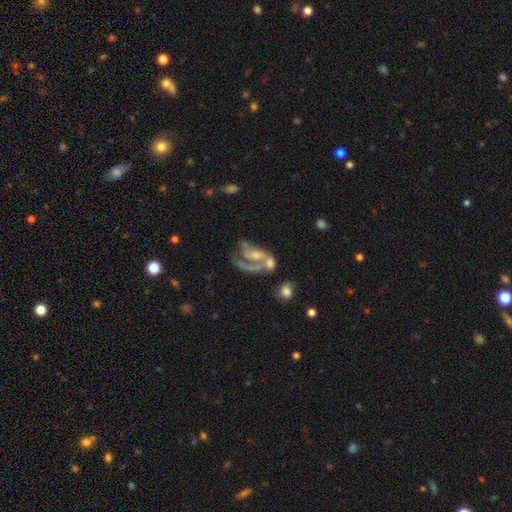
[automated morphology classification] A featured or disk galaxy (74%) with no bar (65%), 1 (56%) medium (40%) spiral arms (76%) and a small central bulge (41%).

Vote fractions:
- Smooth or featured? featured or disk: 74% / smooth: 18% / star or artifact: 8%
- Edge-on disk? no: 97% / yes: 3%
- Bar? no: 65% / weak: 26% / strong: 9%
- Spiral arms? yes: 76% / no: 24%
- Spiral winding? medium: 40% / loose: 35% / tight: 25%
- Spiral arm count? 1: 56% / 2: 28% / can't tell: 10% / 3: 3% / 4: 1% / more than 4: 1%
- Bulge size? small: 41% / moderate: 33% / none: 19% / large: 5% / dominant: 2%
- Merging? major disturbance: 31% / merger: 30% / none: 26% / minor disturbance: 13%